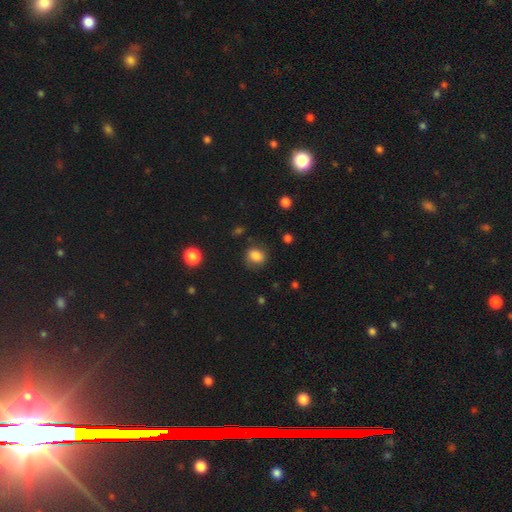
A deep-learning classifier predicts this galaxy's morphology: Q: Smooth or featured?
A: smooth (84%); runner-up: star or artifact (10%)
Q: How rounded?
A: round (57%); runner-up: in between (42%)
Q: Merging?
A: none (74%); runner-up: minor disturbance (18%)